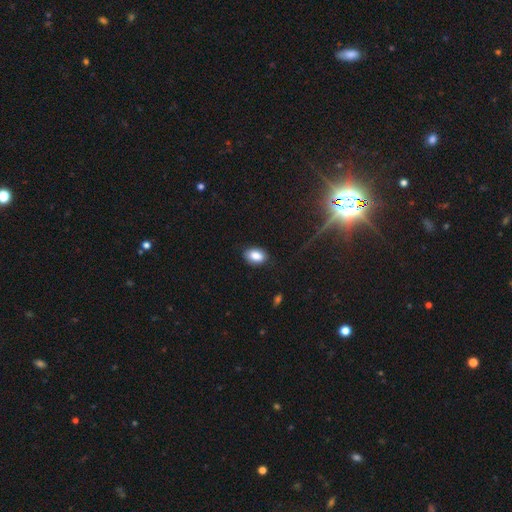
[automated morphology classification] A smooth galaxy with no disk features (85%) that is in between round and cigar-shaped (86%).

Vote fractions:
- Smooth or featured? smooth: 85% / star or artifact: 9% / featured or disk: 7%
- How rounded? in between: 86% / round: 12% / cigar-shaped: 1%
- Merging? none: 85% / minor disturbance: 11% / major disturbance: 2% / merger: 1%